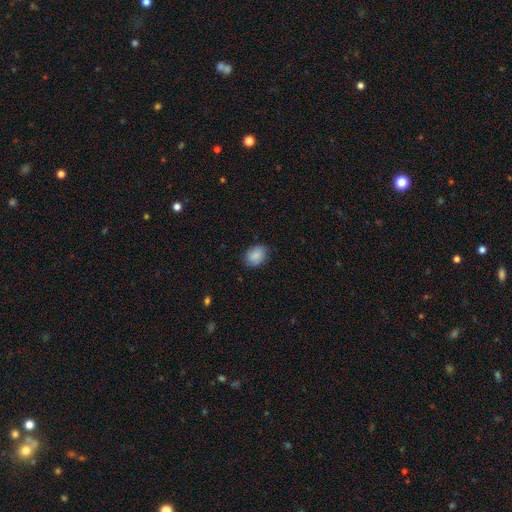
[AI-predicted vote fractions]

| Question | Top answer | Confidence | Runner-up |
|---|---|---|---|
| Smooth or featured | smooth | 84% | featured or disk (8%) |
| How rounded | in between | 62% | round (37%) |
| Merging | none | 79% | minor disturbance (16%) |